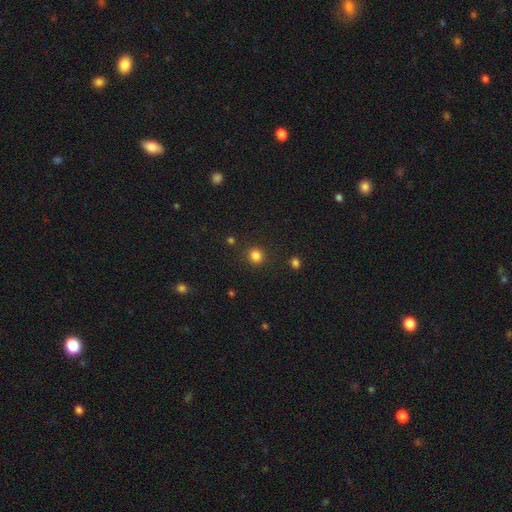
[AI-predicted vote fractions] Smooth or featured?
  - smooth: 83% *
  - star or artifact: 13%
  - featured or disk: 4%
How rounded?
  - round: 87% *
  - in between: 12%
  - cigar-shaped: 1%
Merging?
  - none: 87% *
  - minor disturbance: 7%
  - major disturbance: 3%
  - merger: 3%